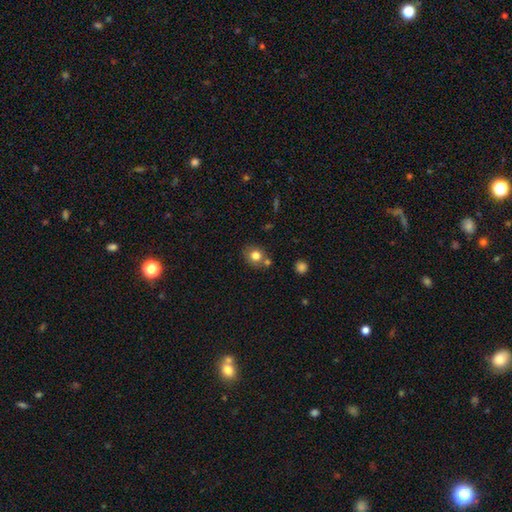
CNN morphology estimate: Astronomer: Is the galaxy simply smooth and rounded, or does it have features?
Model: smooth — 77%.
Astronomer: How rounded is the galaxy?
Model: round — 71%.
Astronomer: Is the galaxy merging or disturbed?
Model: none — 69%.